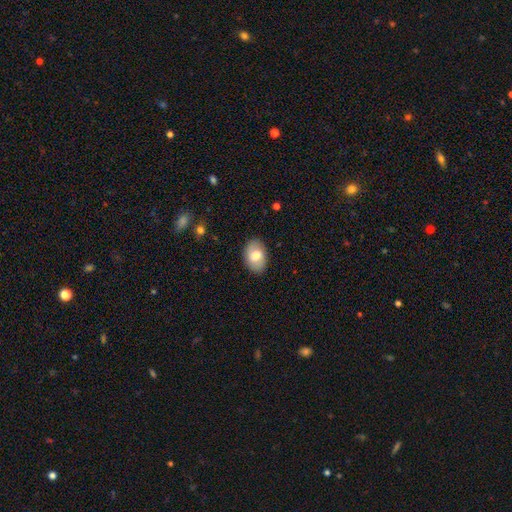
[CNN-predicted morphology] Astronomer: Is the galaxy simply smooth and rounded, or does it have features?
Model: smooth — 74%.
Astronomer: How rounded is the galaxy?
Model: in between — 86%.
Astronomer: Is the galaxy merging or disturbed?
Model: none — 86%.